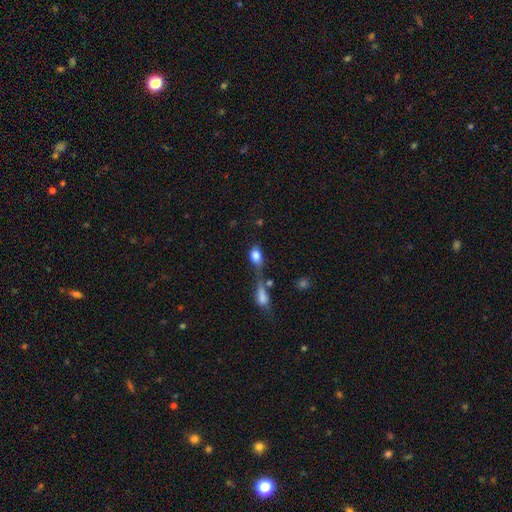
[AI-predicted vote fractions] A smooth galaxy with no disk features (80%) that is in between round and cigar-shaped (77%).

Vote fractions:
- Smooth or featured? smooth: 80% / featured or disk: 11% / star or artifact: 9%
- How rounded? in between: 77% / round: 19% / cigar-shaped: 4%
- Merging? merger: 45% / none: 28% / minor disturbance: 14% / major disturbance: 13%